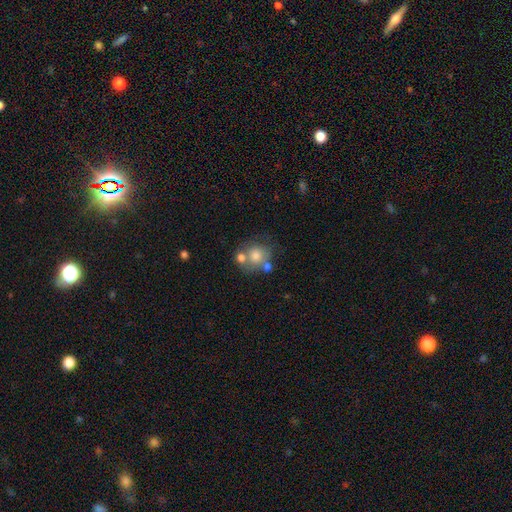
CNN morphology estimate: smooth_or_featured: smooth (p=0.71) [alt: featured or disk p=0.19]
how_rounded: round (p=0.80) [alt: in between p=0.19]
merging: none (p=0.48) [alt: merger p=0.31]